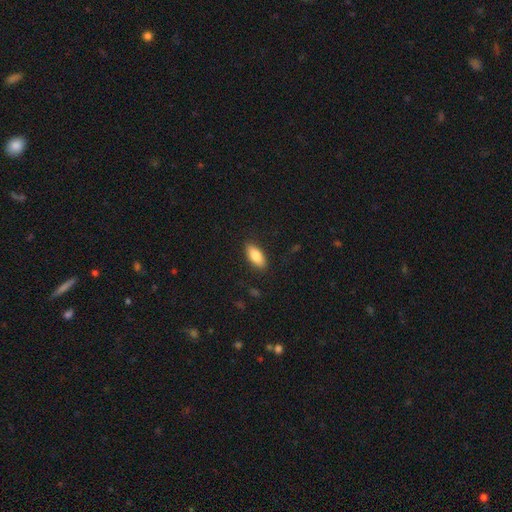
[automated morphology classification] smooth-or-featured: smooth: 82% | featured or disk: 12% | star or artifact: 6%
  how-rounded: in between: 84% | cigar-shaped: 14% | round: 2%
  merging: none: 88% | minor disturbance: 9% | major disturbance: 2% | merger: 1%